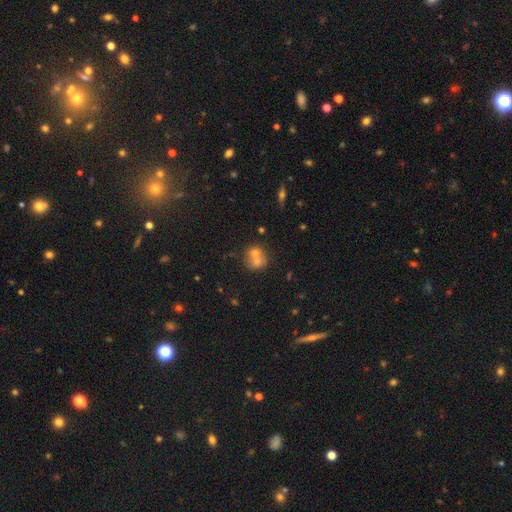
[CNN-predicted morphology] smooth-or-featured: smooth: 65% | featured or disk: 23% | star or artifact: 12%
  how-rounded: round: 77% | in between: 22% | cigar-shaped: 1%
  merging: merger: 58% | none: 32% | minor disturbance: 7% | major disturbance: 3%